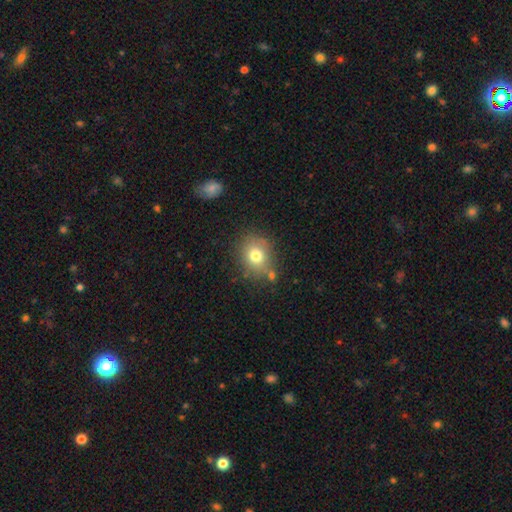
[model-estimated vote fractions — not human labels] A smooth galaxy with no disk features (76%) that is round (68%).

Vote fractions:
- Smooth or featured? smooth: 76% / featured or disk: 12% / star or artifact: 12%
- How rounded? round: 68% / in between: 31% / cigar-shaped: 1%
- Merging? none: 73% / minor disturbance: 15% / merger: 7% / major disturbance: 5%